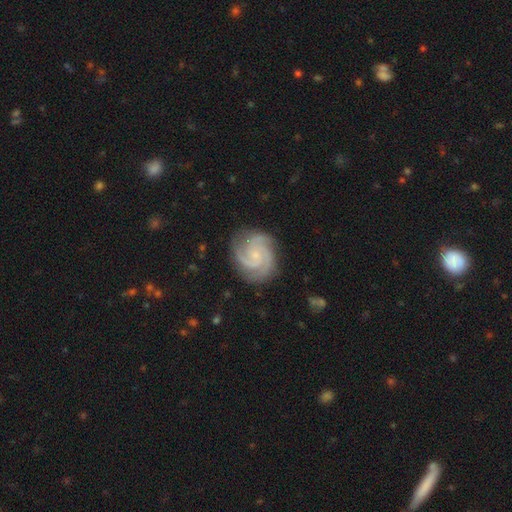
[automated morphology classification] Smooth or featured? Predicted: featured or disk (p=0.91). Edge-on disk? Predicted: no (p=0.98). Bar? Predicted: no (p=0.70). Spiral arms? Predicted: yes (p=0.99). Spiral winding? Predicted: tight (p=0.60). Spiral arm count? Predicted: 3 (p=0.64). Bulge size? Predicted: small (p=0.76). Merging? Predicted: none (p=0.81).